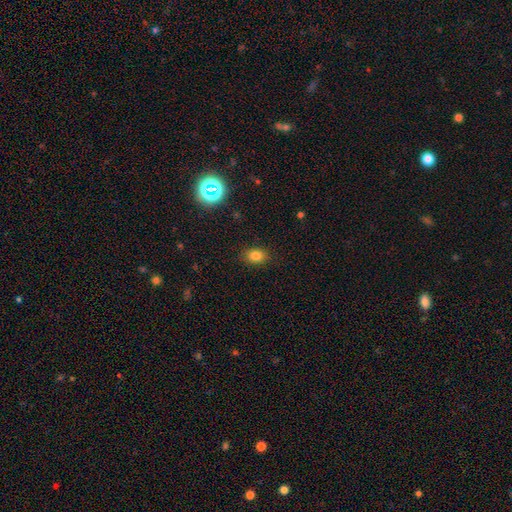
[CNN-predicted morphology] A smooth galaxy with no disk features (80%) that is in between round and cigar-shaped (66%). Merging: none (86%).